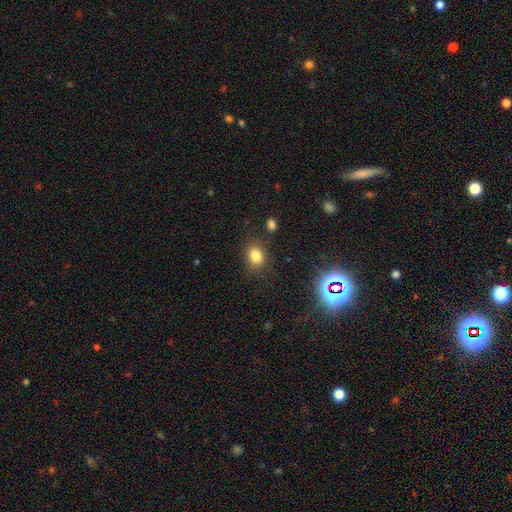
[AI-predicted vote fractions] A smooth galaxy with no disk features (81%) that is in between round and cigar-shaped (60%).

Vote fractions:
- Smooth or featured? smooth: 81% / star or artifact: 12% / featured or disk: 7%
- How rounded? in between: 60% / round: 39% / cigar-shaped: 1%
- Merging? none: 80% / minor disturbance: 13% / major disturbance: 4% / merger: 3%